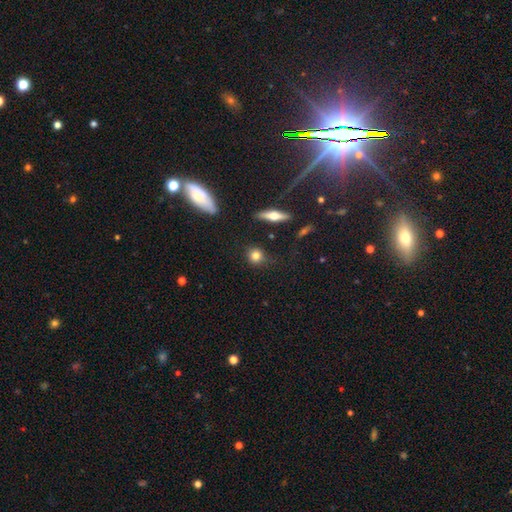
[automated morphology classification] Q: Smooth or featured?
A: smooth (79%); runner-up: featured or disk (11%)
Q: How rounded?
A: round (83%); runner-up: in between (13%)
Q: Merging?
A: none (80%); runner-up: minor disturbance (13%)